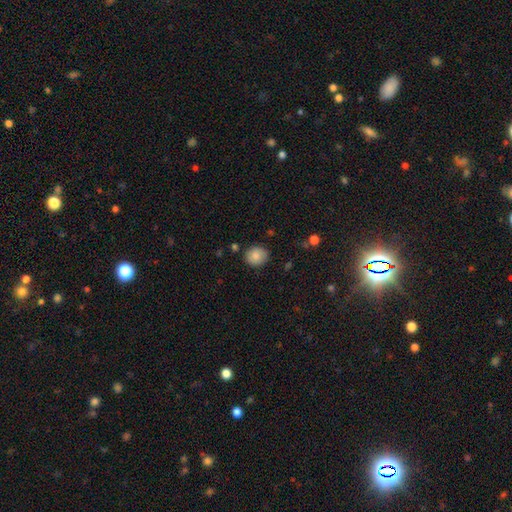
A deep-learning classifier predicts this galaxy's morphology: Smooth or featured: smooth — 85% (star or artifact — 8%)
How rounded: round — 77% (in between — 22%)
Merging: none — 85% (minor disturbance — 11%)